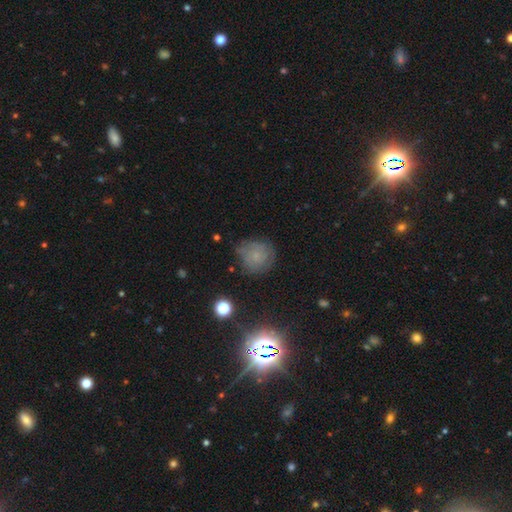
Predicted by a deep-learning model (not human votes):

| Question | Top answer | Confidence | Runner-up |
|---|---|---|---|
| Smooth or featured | smooth | 57% | featured or disk (27%) |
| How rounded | round | 87% | in between (12%) |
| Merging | none | 65% | minor disturbance (24%) |